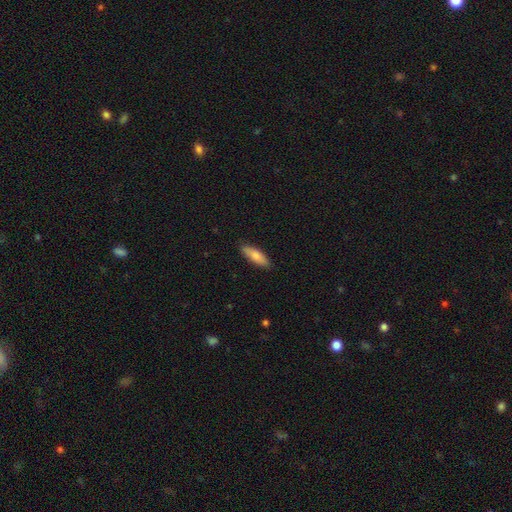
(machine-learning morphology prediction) Smooth or featured: smooth — 78% (featured or disk — 17%)
How rounded: in between — 52% (cigar-shaped — 47%)
Merging: none — 86% (minor disturbance — 11%)